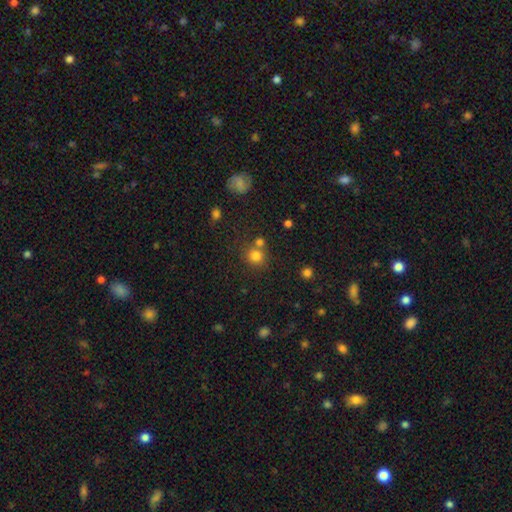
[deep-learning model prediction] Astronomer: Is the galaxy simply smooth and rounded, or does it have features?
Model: smooth — 80%.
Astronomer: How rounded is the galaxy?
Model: round — 87%.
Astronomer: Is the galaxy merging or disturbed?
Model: none — 62%.